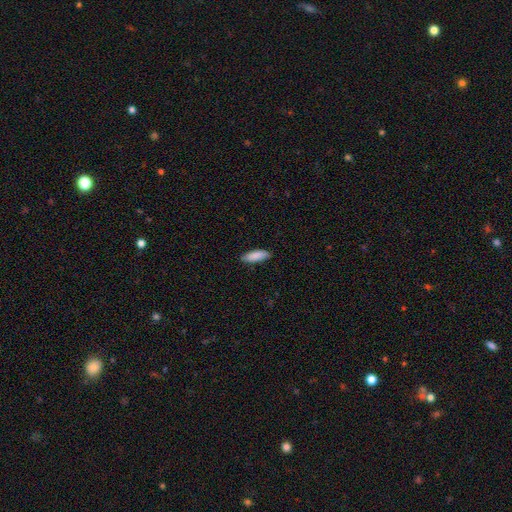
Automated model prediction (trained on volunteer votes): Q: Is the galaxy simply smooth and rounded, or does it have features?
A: smooth — 89%.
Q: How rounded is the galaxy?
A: in between — 58%.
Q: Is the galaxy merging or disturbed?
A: none — 86%.